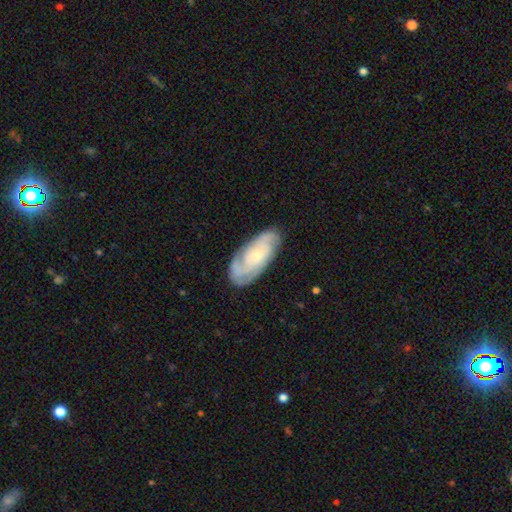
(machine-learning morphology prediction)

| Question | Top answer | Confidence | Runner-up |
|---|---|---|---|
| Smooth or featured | featured or disk | 78% | smooth (16%) |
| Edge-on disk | no | 95% | yes (5%) |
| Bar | no | 73% | weak (22%) |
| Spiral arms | yes | 96% | no (4%) |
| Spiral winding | tight | 65% | medium (29%) |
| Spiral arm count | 3 | 30% | 2 (27%) |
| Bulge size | small | 66% | moderate (27%) |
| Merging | none | 79% | minor disturbance (16%) |